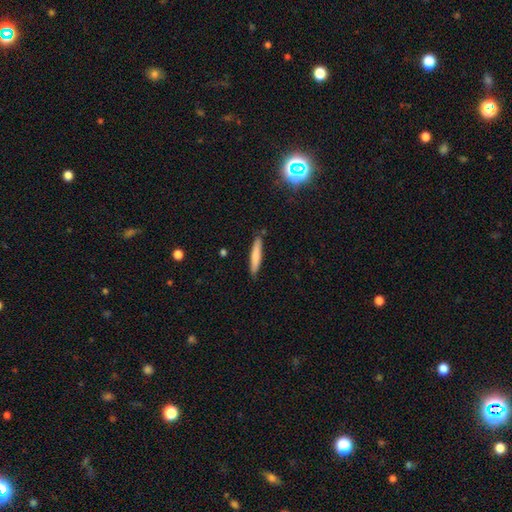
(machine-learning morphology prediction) Smooth or featured? Predicted: smooth (p=0.75). How rounded? Predicted: cigar-shaped (p=0.91). Merging? Predicted: none (p=0.86).